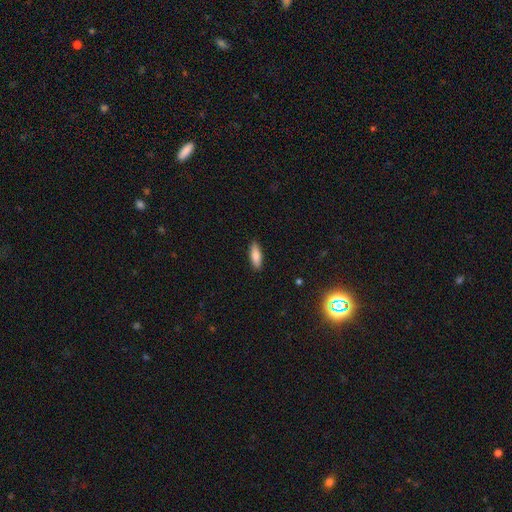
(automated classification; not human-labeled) The model was most divided on "how rounded": in between: 62%, cigar-shaped: 36%, round: 2%. More confident: merging — none (88%); smooth or featured — smooth (83%).